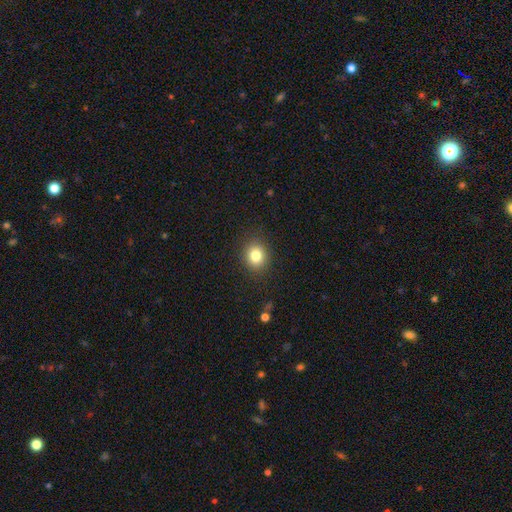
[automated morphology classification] Smooth or featured? smooth (82%)
How rounded? round (71%)
Merging? none (89%)